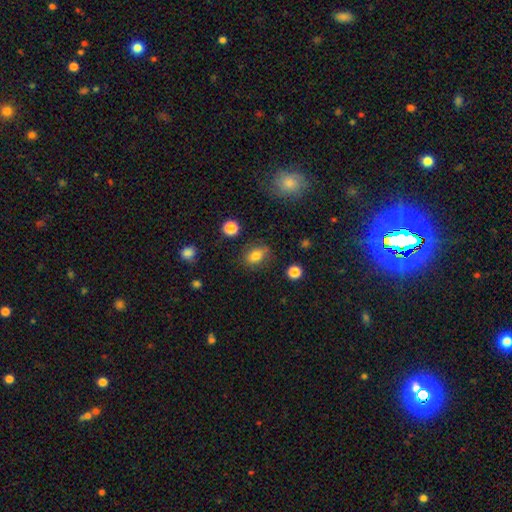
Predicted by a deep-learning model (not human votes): Morphology: type=smooth (79%); roundness=in between (64%); merging=none (76%).